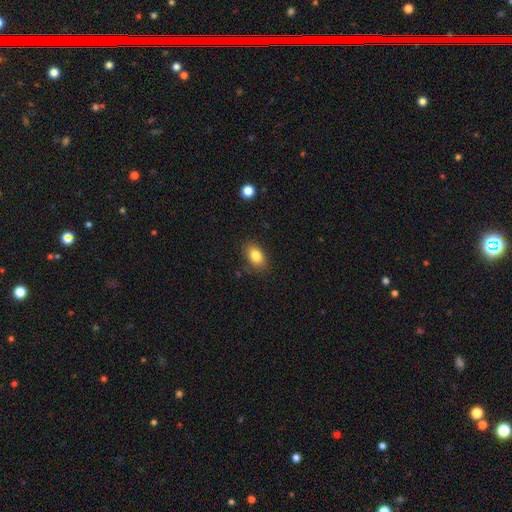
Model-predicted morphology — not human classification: Smooth or featured? smooth (84%)
How rounded? in between (83%)
Merging? none (83%)